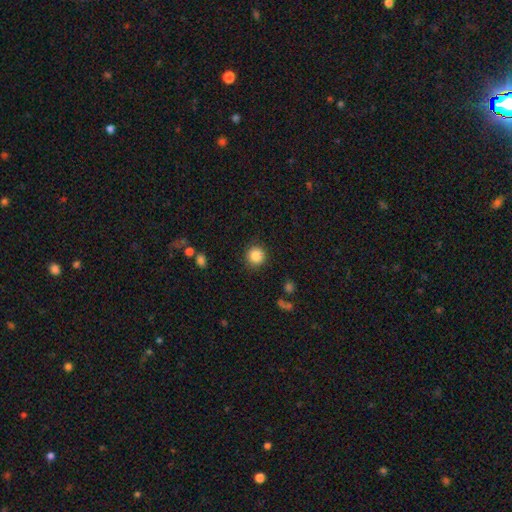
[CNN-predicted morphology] This appears to be a smooth galaxy with no disk features (86%) that is round (94%). Merging: none (89%).